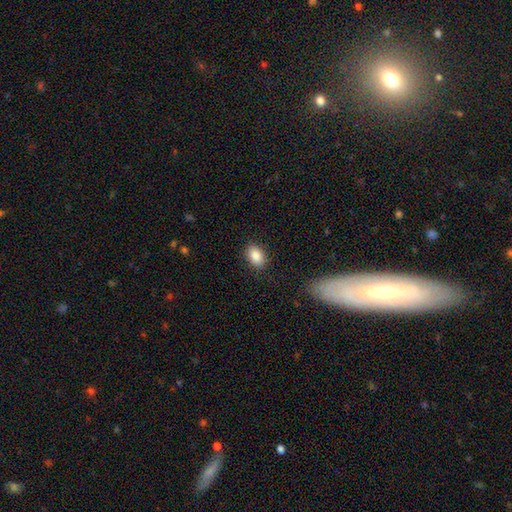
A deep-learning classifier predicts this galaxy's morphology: smooth_or_featured: smooth (p=0.86) [alt: star or artifact p=0.08]
how_rounded: in between (p=0.85) [alt: round p=0.13]
merging: none (p=0.87) [alt: minor disturbance p=0.09]